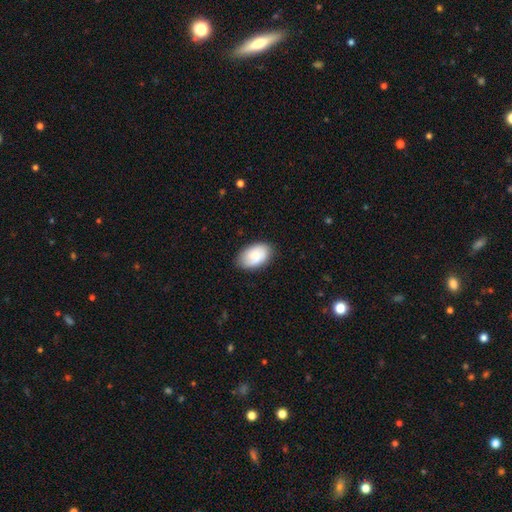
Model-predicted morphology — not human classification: smooth_or_featured: smooth (p=0.78) [alt: featured or disk p=0.16]
how_rounded: in between (p=0.92) [alt: round p=0.07]
merging: none (p=0.82) [alt: minor disturbance p=0.14]